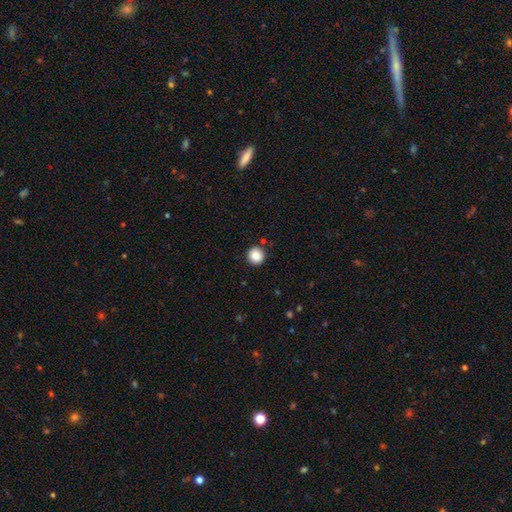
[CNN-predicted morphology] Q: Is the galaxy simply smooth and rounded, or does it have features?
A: smooth — 88%.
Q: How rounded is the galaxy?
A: round — 92%.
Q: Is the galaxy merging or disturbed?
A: none — 90%.